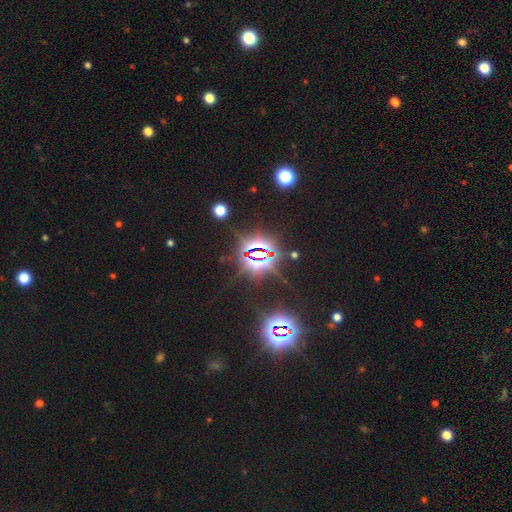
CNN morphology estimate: This is clearly a star or artifact rather than a galaxy (83%).